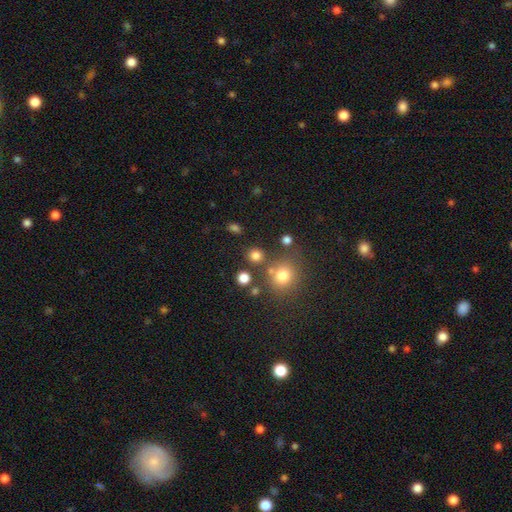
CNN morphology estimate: The model was most divided on "smooth or featured": smooth: 77%, star or artifact: 17%, featured or disk: 6%. More confident: how rounded — round (87%); merging — none (78%).